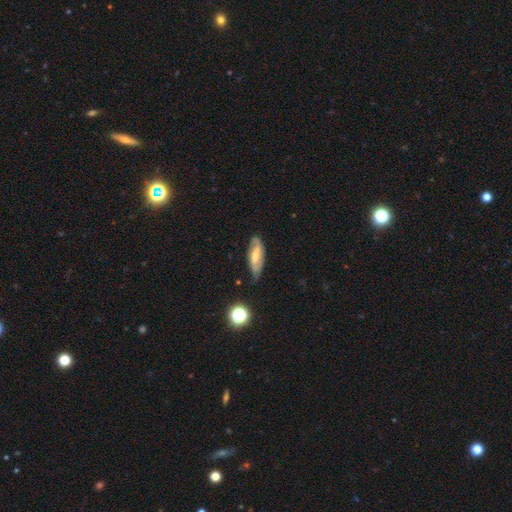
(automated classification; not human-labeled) Morphology: type=featured or disk (62%); edge-on=no (86%); bar=weak (46%); spiral arms=yes (89%); bulge=moderate (43%); merging=none (66%).